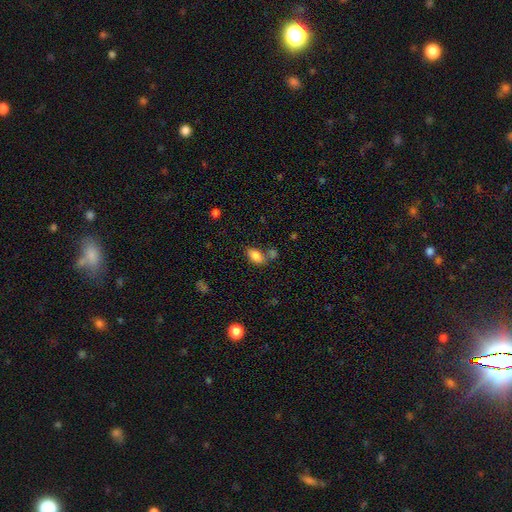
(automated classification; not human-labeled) Smooth or featured? smooth (84%)
How rounded? in between (90%)
Merging? none (53%)